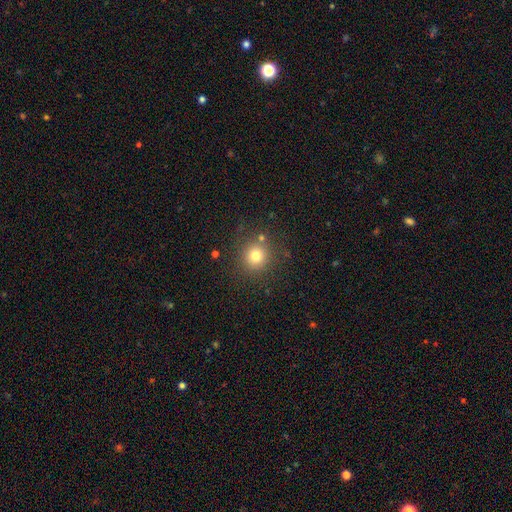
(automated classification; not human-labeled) Smooth or featured?
  - smooth: 76% *
  - star or artifact: 15%
  - featured or disk: 8%
How rounded?
  - round: 92% *
  - in between: 7%
  - cigar-shaped: 1%
Merging?
  - none: 84% *
  - minor disturbance: 8%
  - merger: 5%
  - major disturbance: 3%